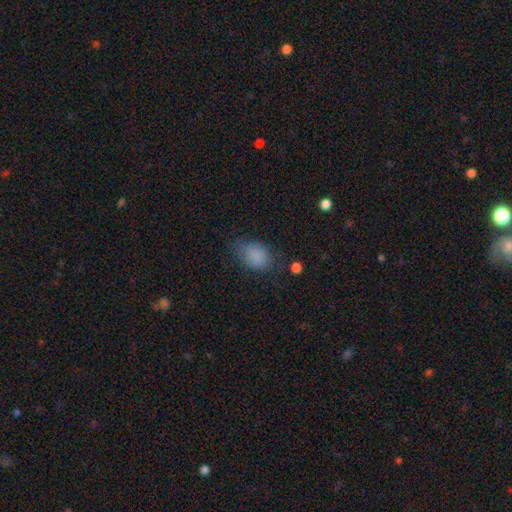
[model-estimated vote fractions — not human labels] Overall: smooth (84%). How rounded: in between (72%). Merging: none (66%).